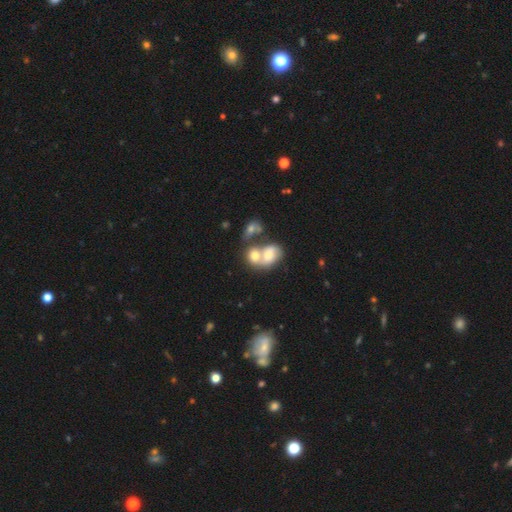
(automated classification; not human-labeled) Smooth or featured: smooth — 50% (featured or disk — 31%)
Merging: merger — 61% (none — 25%)